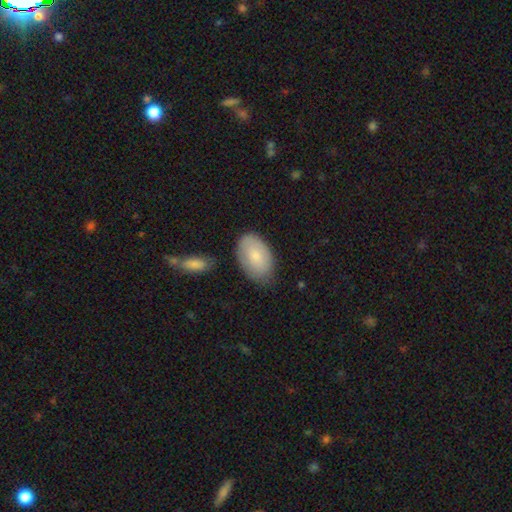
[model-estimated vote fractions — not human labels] smooth 76%, featured or disk 18%, star or artifact 6%. Down the decision tree: how rounded — in between (93%); merging — none (71%).